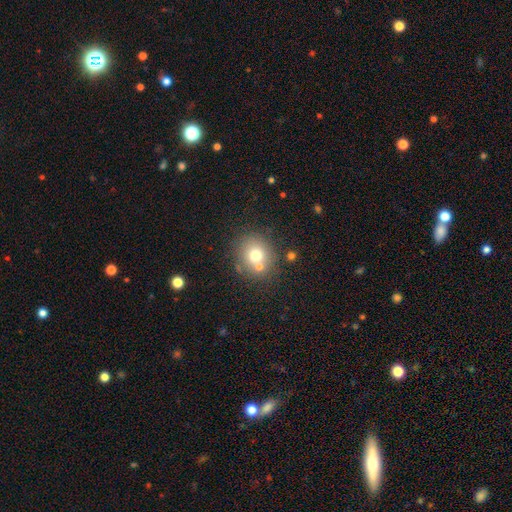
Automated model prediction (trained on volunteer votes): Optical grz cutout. It shows a smooth galaxy with no disk features (71%) that is round (82%). Merging: none (67%).